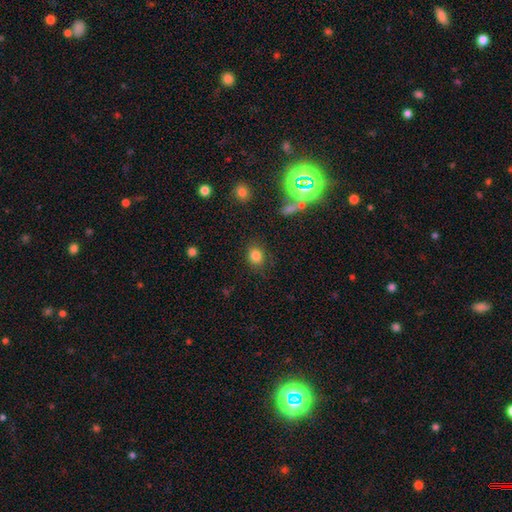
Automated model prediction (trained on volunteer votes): A smooth galaxy with no disk features (82%) that is round (64%). Merging: none (82%).